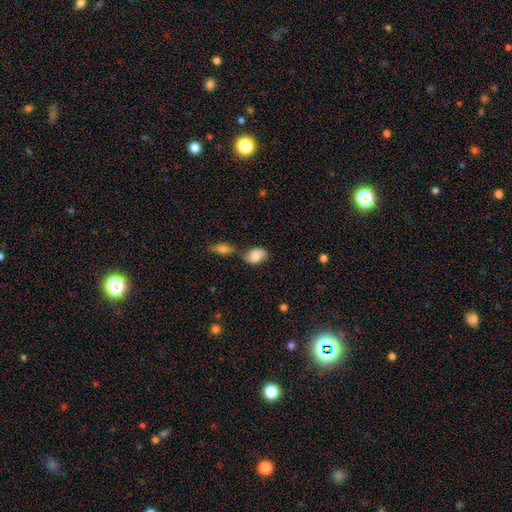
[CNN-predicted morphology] smooth-or-featured: smooth: 70% | featured or disk: 22% | star or artifact: 8%
  how-rounded: in between: 81% | round: 17% | cigar-shaped: 2%
  merging: none: 52% | minor disturbance: 22% | merger: 19% | major disturbance: 7%